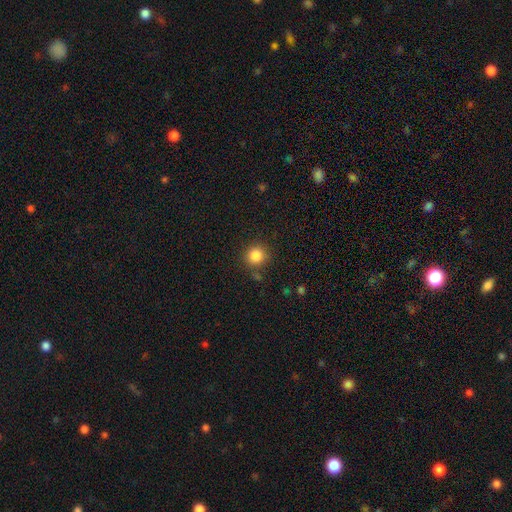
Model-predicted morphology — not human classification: smooth-or-featured: smooth: 84% | star or artifact: 11% | featured or disk: 5%
  how-rounded: round: 92% | in between: 7% | cigar-shaped: 1%
  merging: none: 85% | minor disturbance: 9% | merger: 4% | major disturbance: 3%